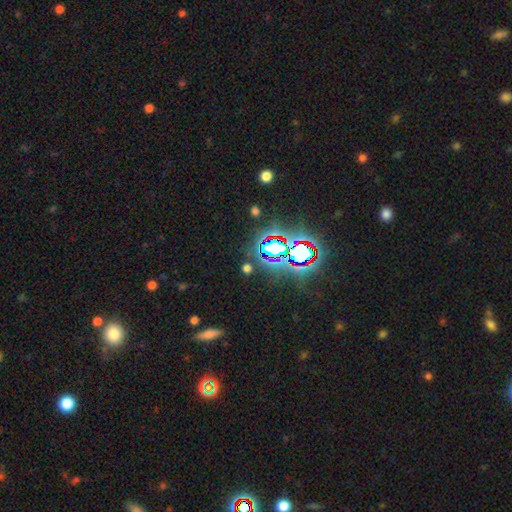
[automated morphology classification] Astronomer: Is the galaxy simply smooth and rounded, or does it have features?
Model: star or artifact — 81%.